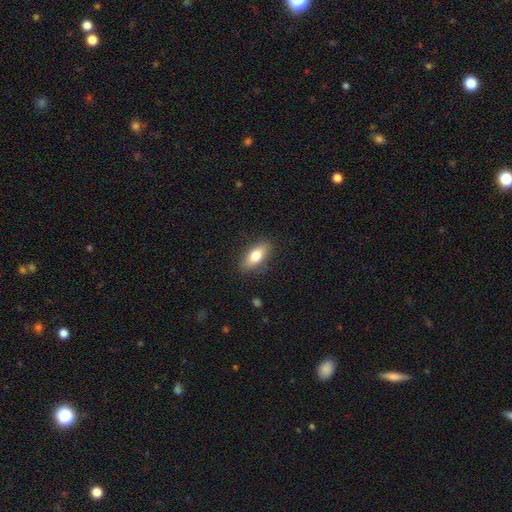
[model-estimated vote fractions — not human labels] Smooth or featured: smooth — 76% (featured or disk — 17%)
How rounded: in between — 82% (cigar-shaped — 14%)
Merging: none — 85% (minor disturbance — 11%)